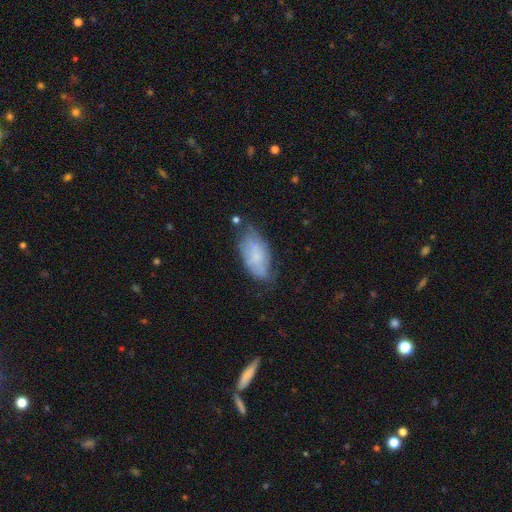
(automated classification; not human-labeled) smooth-or-featured: smooth: 61% | featured or disk: 32% | star or artifact: 8%
  how-rounded: in between: 92% | cigar-shaped: 6% | round: 3%
  merging: none: 55% | minor disturbance: 32% | major disturbance: 9% | merger: 4%